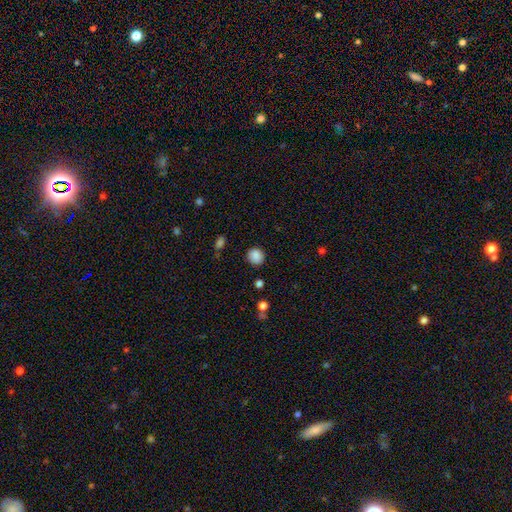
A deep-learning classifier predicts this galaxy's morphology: smooth 87%, star or artifact 10%, featured or disk 3%. Down the decision tree: how rounded — round (83%); merging — none (85%).